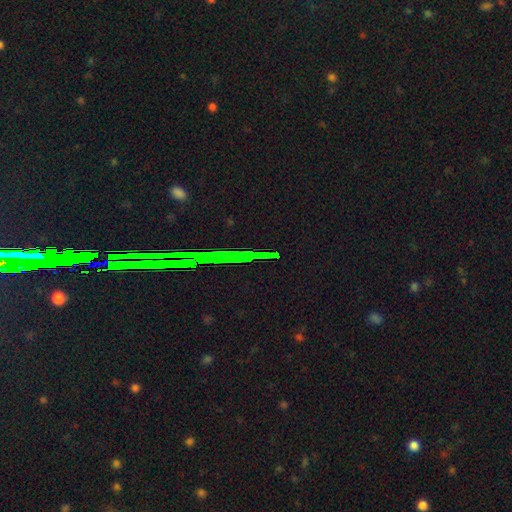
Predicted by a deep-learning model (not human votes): This appears to be a star or artifact, not a galaxy (80%).